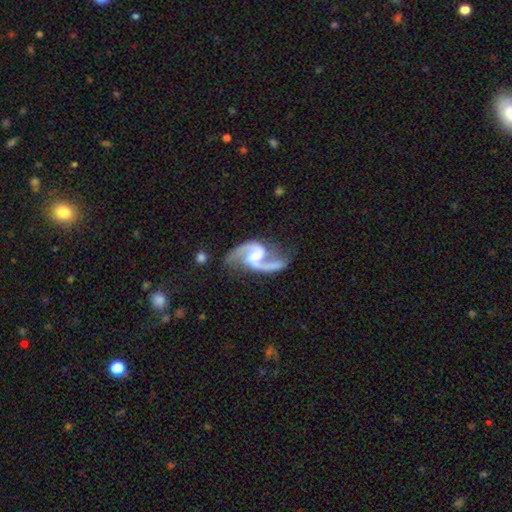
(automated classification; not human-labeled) This appears to be a featured or disk galaxy (92%) with a weak bar (45%), 2 (93%) loose (50%) spiral arms (98%) and a moderate central bulge (62%). Merging: none (68%).